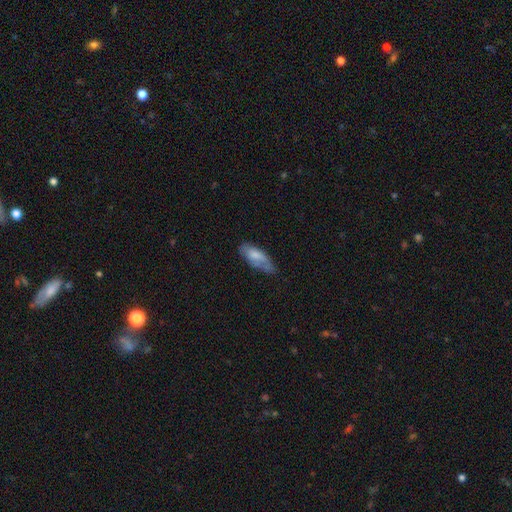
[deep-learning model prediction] smooth 70%, featured or disk 24%, star or artifact 6%. Down the decision tree: how rounded — in between (74%); merging — none (48%).